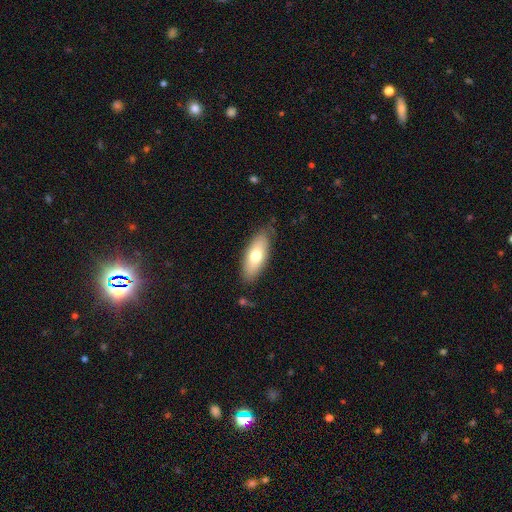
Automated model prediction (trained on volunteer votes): Overall: smooth (69%). How rounded: in between (76%). Merging: none (80%).